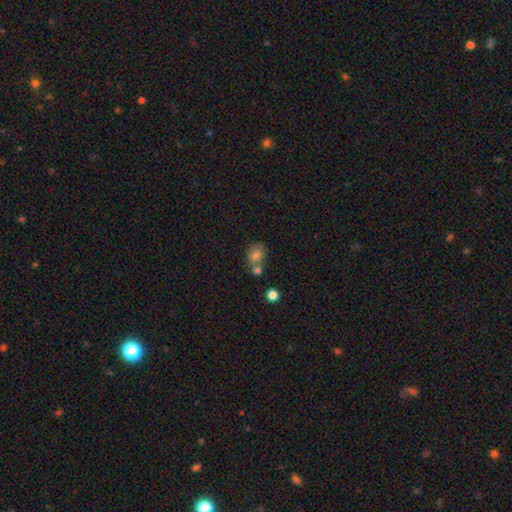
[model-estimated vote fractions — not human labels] smooth_or_featured: smooth (p=0.76) [alt: featured or disk p=0.13]
how_rounded: in between (p=0.53) [alt: round p=0.46]
merging: none (p=0.47) [alt: merger p=0.33]